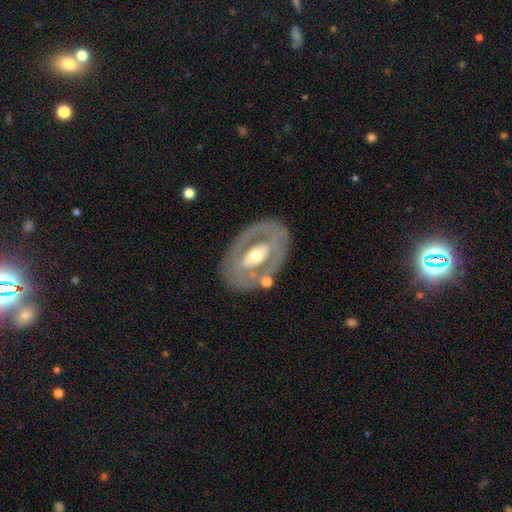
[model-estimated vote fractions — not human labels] Overall: featured or disk (76%). Edge-on disk: no (91%). Bar: strong (36%; weak 35%). Spiral arms: no (53%; yes 47%). Bulge size: moderate (65%; small 27%). Merging: none (72%).